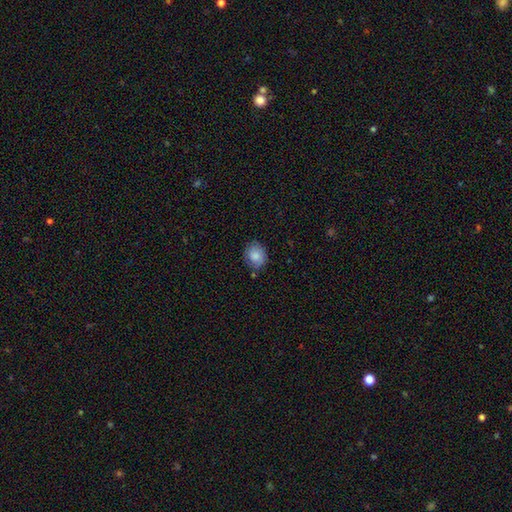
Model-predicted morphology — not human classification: smooth_or_featured: smooth (p=0.84) [alt: featured or disk p=0.08]
how_rounded: round (p=0.65) [alt: in between p=0.34]
merging: none (p=0.76) [alt: minor disturbance p=0.18]